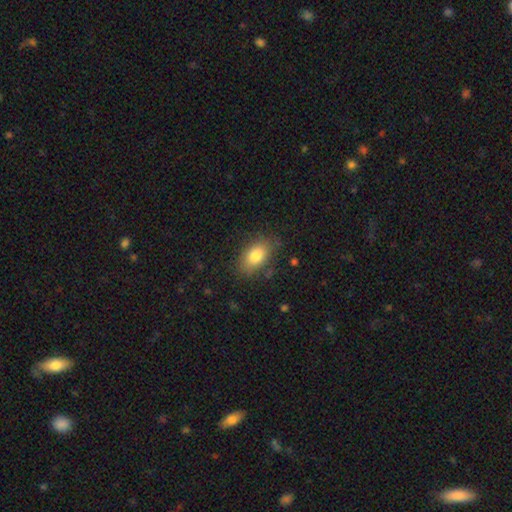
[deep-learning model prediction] Smooth or featured? smooth (82%)
How rounded? in between (88%)
Merging? none (79%)